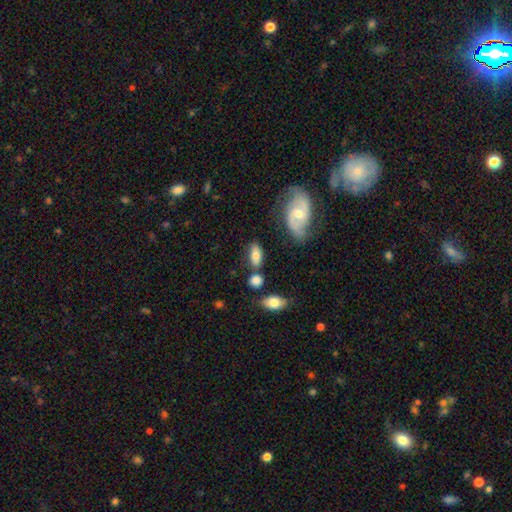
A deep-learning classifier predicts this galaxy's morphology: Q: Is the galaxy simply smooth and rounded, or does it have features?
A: smooth — 69%.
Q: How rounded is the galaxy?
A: in between — 84%.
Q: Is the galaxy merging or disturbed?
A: none — 65%.